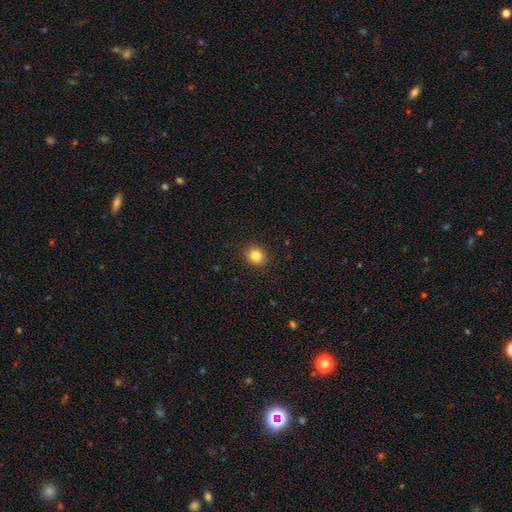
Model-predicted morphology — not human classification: Q: Smooth or featured?
A: smooth (83%); runner-up: star or artifact (11%)
Q: How rounded?
A: round (73%); runner-up: in between (26%)
Q: Merging?
A: none (90%); runner-up: minor disturbance (7%)